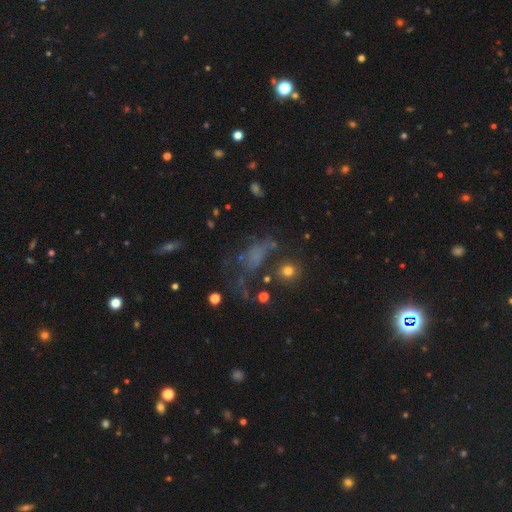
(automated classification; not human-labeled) This is marginally a smooth galaxy (42%). Merging: marginally major disturbance (42%).